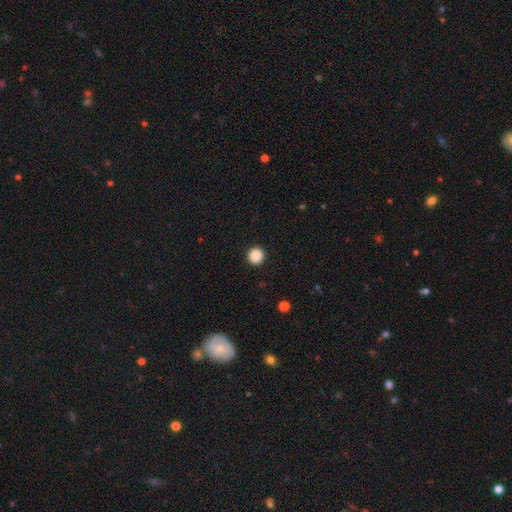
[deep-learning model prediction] The model was most divided on "smooth or featured": smooth: 89%, star or artifact: 9%, featured or disk: 2%. More confident: how rounded — round (95%); merging — none (93%).